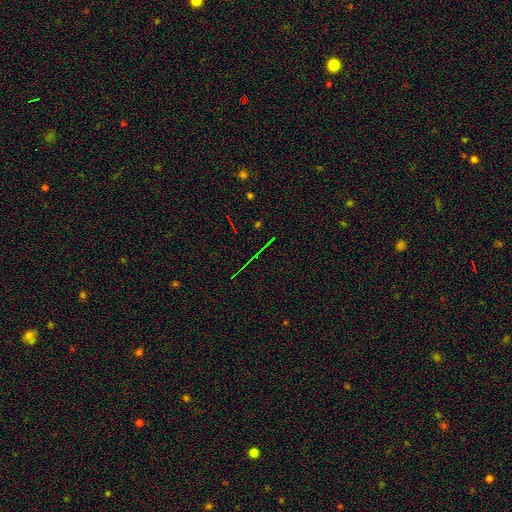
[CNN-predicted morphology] smooth-or-featured: star or artifact: 74% | featured or disk: 15% | smooth: 11%